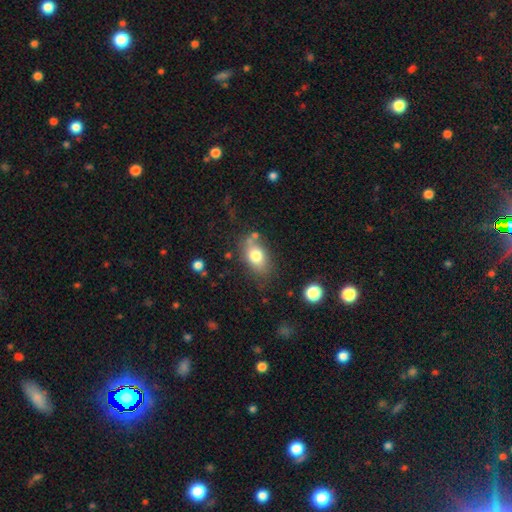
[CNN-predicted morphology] This is likely a smooth galaxy (75%). How rounded: clearly in between (80%). Merging: likely none (65%).